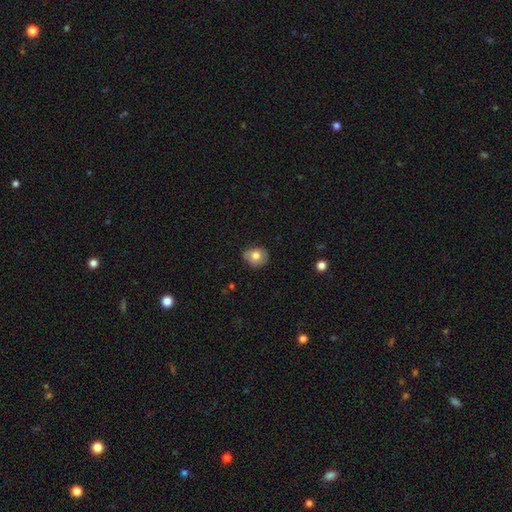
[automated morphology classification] Smooth or featured: smooth — 75% (featured or disk — 16%)
How rounded: round — 66% (in between — 33%)
Merging: none — 66% (minor disturbance — 27%)